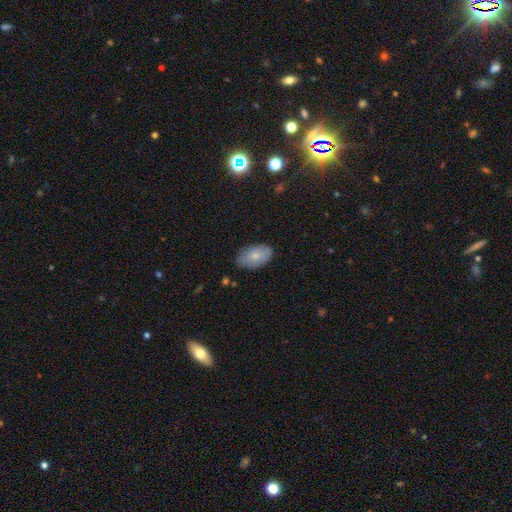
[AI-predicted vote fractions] Smooth or featured?
  - smooth: 78% *
  - featured or disk: 16%
  - star or artifact: 7%
How rounded?
  - in between: 93% *
  - round: 6%
  - cigar-shaped: 1%
Merging?
  - none: 79% *
  - minor disturbance: 16%
  - major disturbance: 3%
  - merger: 1%